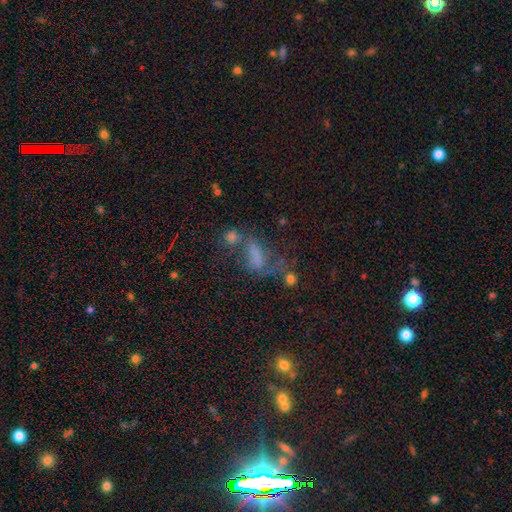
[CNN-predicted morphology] A smooth galaxy with no disk features (47%). Merging: none (32%).